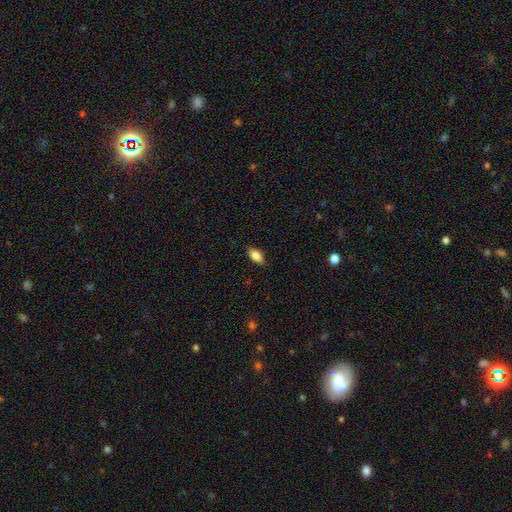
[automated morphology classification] Q: Smooth or featured?
A: smooth (83%); runner-up: featured or disk (9%)
Q: How rounded?
A: in between (88%); runner-up: round (7%)
Q: Merging?
A: none (84%); runner-up: minor disturbance (12%)